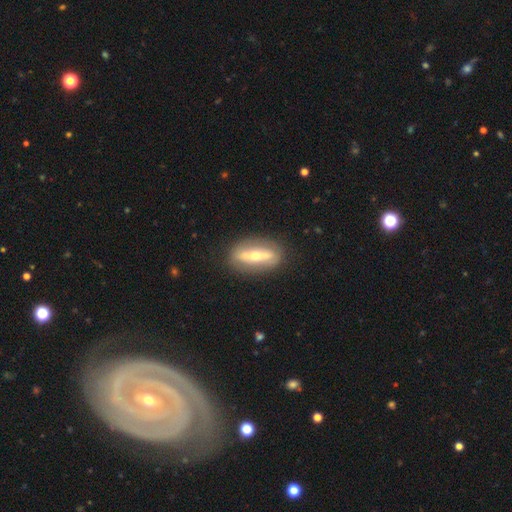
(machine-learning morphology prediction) Smooth or featured: featured or disk — 66% (smooth — 28%)
Edge-on disk: no — 54% (yes — 46%)
Merging: none — 85% (minor disturbance — 10%)